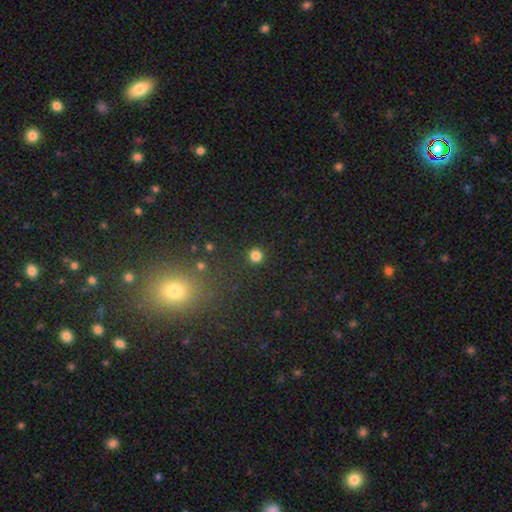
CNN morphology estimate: Smooth or featured? smooth (82%)
How rounded? round (93%)
Merging? none (91%)